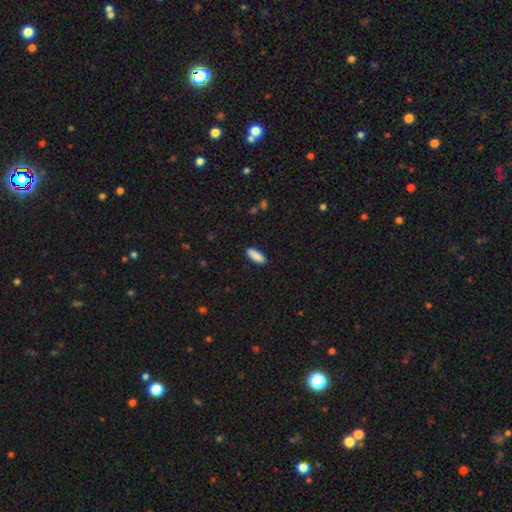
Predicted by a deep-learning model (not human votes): smooth_or_featured: smooth (p=0.89) [alt: star or artifact p=0.06]
how_rounded: in between (p=0.65) [alt: cigar-shaped p=0.33]
merging: none (p=0.88) [alt: minor disturbance p=0.09]